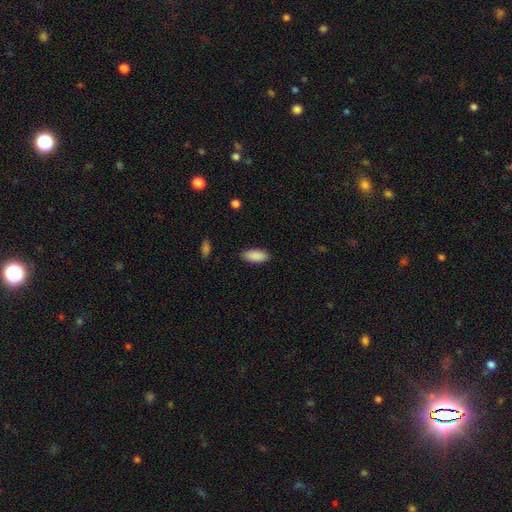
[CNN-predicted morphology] This appears to be a smooth galaxy with no disk features (90%) that is in between round and cigar-shaped (86%). Merging: none (88%).